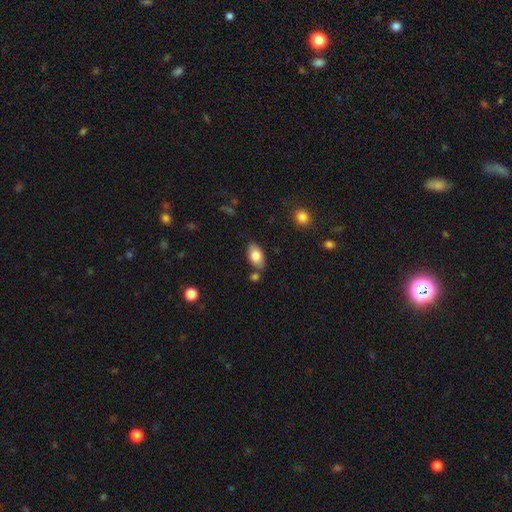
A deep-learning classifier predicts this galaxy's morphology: This is clearly a smooth galaxy (82%). How rounded: clearly in between (93%). Merging: likely none (76%).